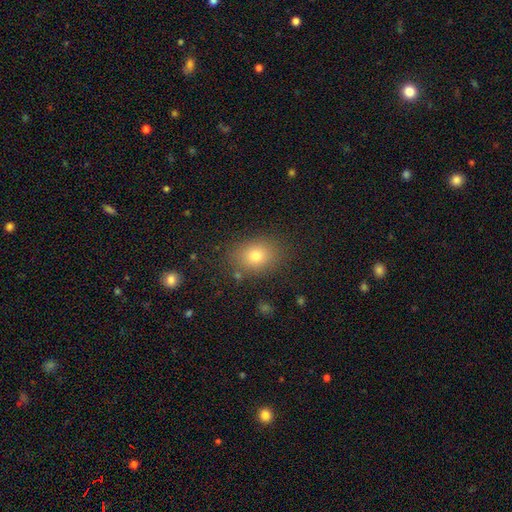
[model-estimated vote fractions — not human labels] Morphology: type=smooth (78%); roundness=in between (66%); merging=none (83%).